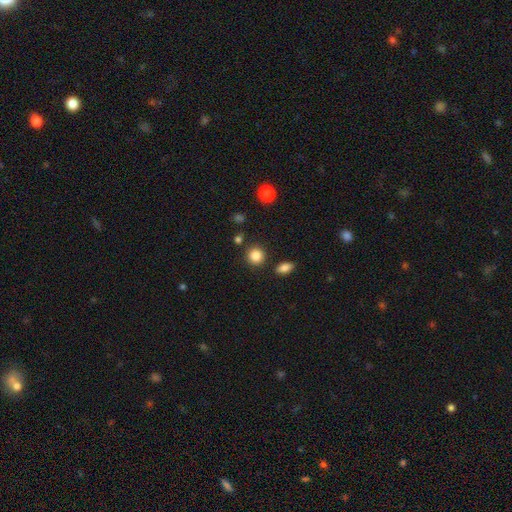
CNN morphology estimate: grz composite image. It shows a smooth galaxy with no disk features (86%) that is round (88%). Merging: none (86%).